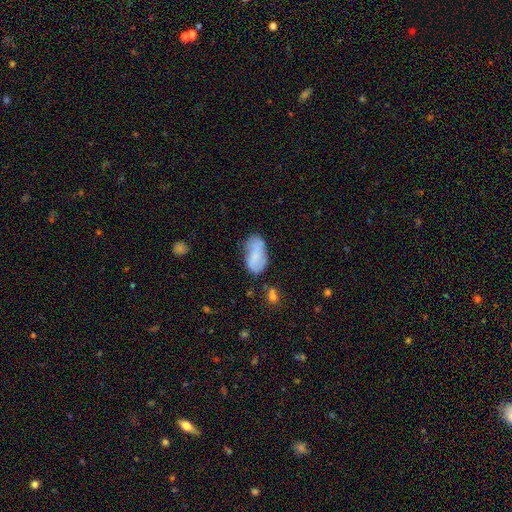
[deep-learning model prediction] Morphology: type=smooth (63%); roundness=in between (93%); merging=none (55%).